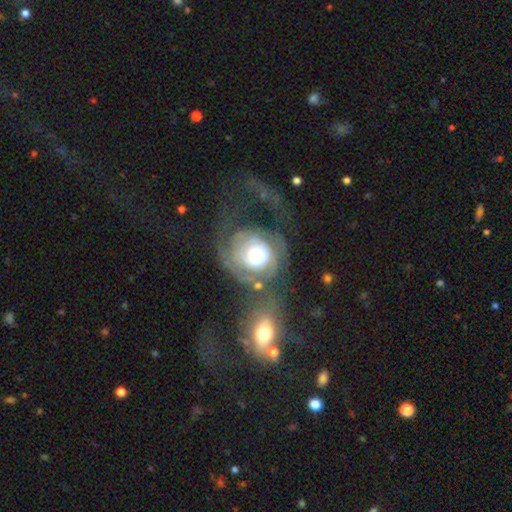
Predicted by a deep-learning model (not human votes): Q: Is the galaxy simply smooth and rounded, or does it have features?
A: featured or disk — 73%.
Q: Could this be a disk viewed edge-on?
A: no — 97%.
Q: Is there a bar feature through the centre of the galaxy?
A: no — 79%.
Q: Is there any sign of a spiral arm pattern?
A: yes — 78%.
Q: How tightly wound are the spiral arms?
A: tight — 56%.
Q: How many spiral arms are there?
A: can't tell — 39%.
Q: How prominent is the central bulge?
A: moderate — 57%.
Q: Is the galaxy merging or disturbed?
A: major disturbance — 35%.